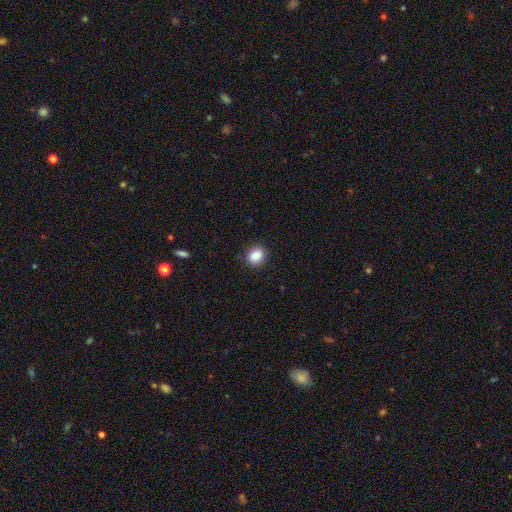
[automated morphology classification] The model was most divided on "how rounded": round: 62%, in between: 37%, cigar-shaped: 1%. More confident: merging — none (89%); smooth or featured — smooth (87%).